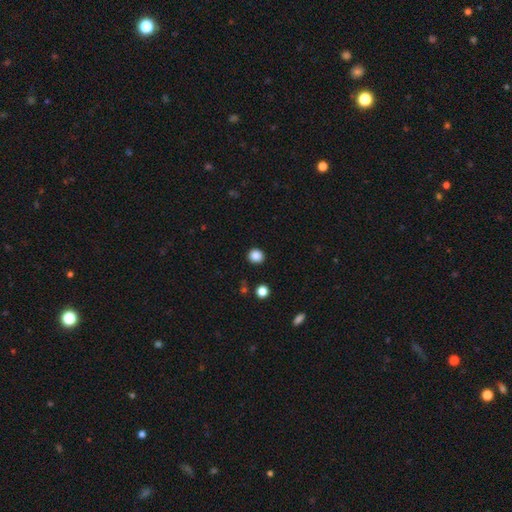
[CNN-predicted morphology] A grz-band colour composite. It shows a smooth galaxy with no disk features (87%) that is round (86%). Merging: none (91%).